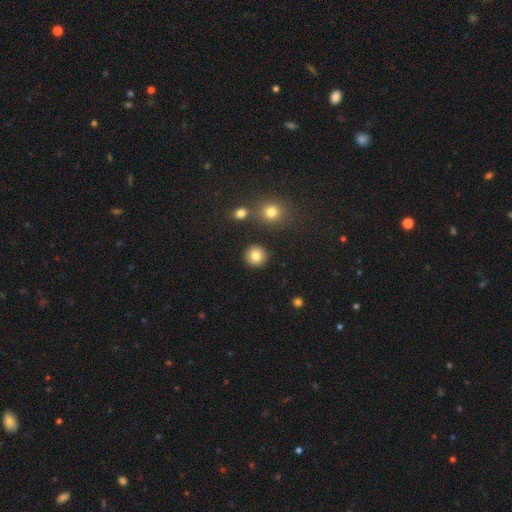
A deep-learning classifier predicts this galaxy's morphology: A smooth galaxy with no disk features (83%) that is round (93%).

Vote fractions:
- Smooth or featured? smooth: 83% / star or artifact: 10% / featured or disk: 7%
- How rounded? round: 93% / in between: 6% / cigar-shaped: 1%
- Merging? none: 90% / minor disturbance: 5% / merger: 2% / major disturbance: 2%